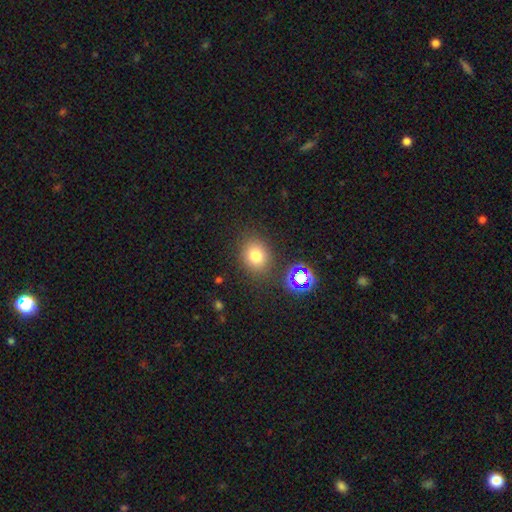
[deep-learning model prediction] This is likely a smooth galaxy (75%). How rounded: likely round (68%). Merging: clearly none (83%).